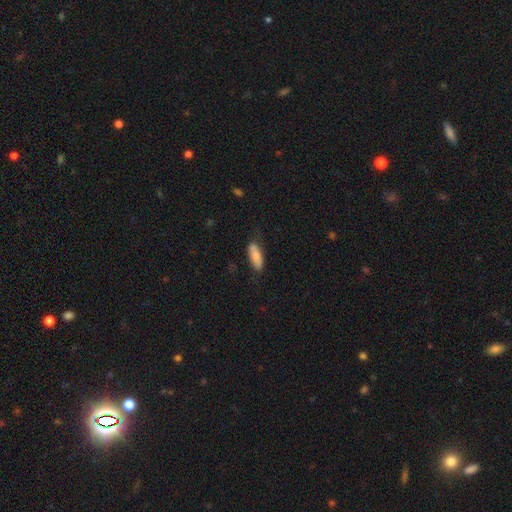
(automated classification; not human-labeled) Q: Smooth or featured?
A: smooth (77%); runner-up: featured or disk (17%)
Q: How rounded?
A: in between (64%); runner-up: cigar-shaped (34%)
Q: Merging?
A: none (74%); runner-up: minor disturbance (20%)